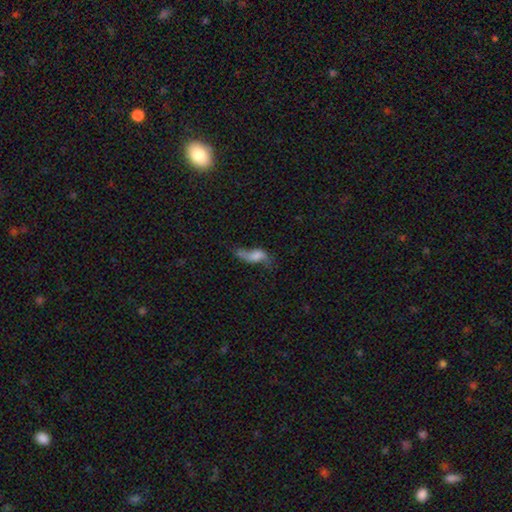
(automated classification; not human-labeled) This is possibly a smooth galaxy (48%). Merging: marginally none (34%).